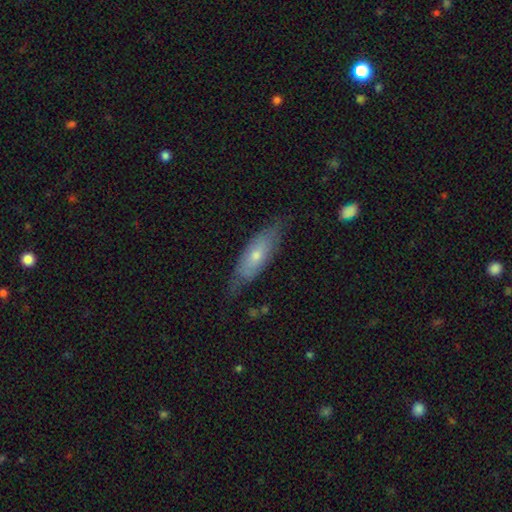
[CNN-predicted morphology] A smooth galaxy with no disk features (50%). Merging: none (66%).